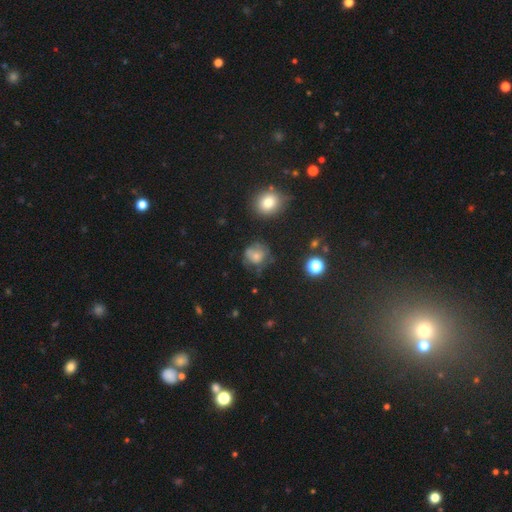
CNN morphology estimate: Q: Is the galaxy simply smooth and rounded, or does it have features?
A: smooth — 57%.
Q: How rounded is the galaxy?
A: round — 78%.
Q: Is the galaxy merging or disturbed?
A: none — 51%.